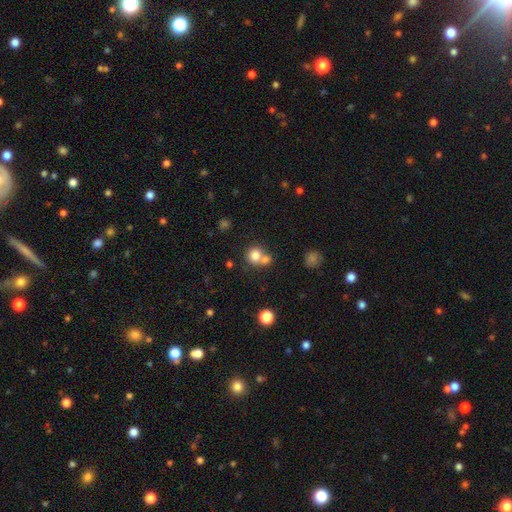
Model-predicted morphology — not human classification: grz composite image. It shows a smooth galaxy with no disk features (79%) that is round (83%). Merging: merger (46%).